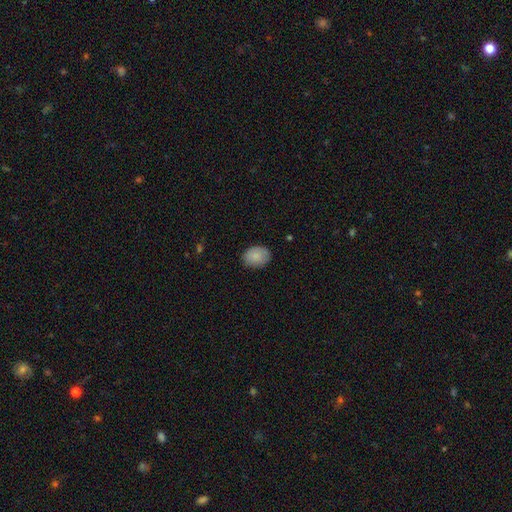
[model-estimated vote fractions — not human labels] A smooth galaxy with no disk features (85%) that is in between round and cigar-shaped (66%).

Vote fractions:
- Smooth or featured? smooth: 85% / featured or disk: 8% / star or artifact: 7%
- How rounded? in between: 66% / round: 33% / cigar-shaped: 1%
- Merging? none: 82% / minor disturbance: 14% / major disturbance: 3% / merger: 1%